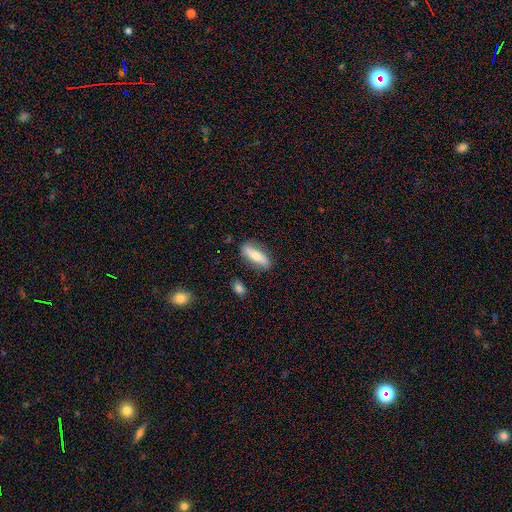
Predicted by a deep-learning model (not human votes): This appears to be a smooth galaxy with no disk features (66%) that is in between round and cigar-shaped (49%). Merging: none (82%).